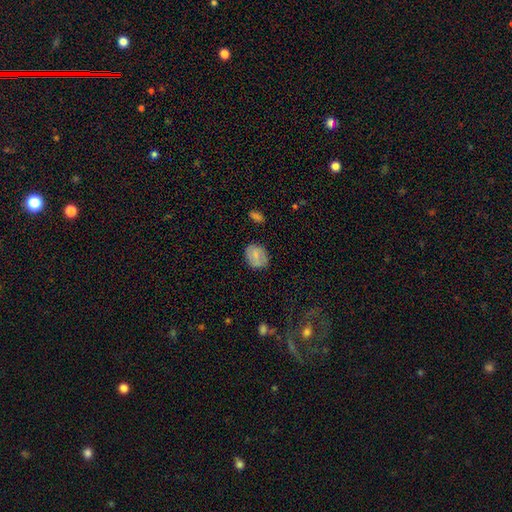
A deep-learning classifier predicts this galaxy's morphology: This is likely a smooth galaxy (73%). How rounded: possibly in between (51%). Merging: clearly none (81%).